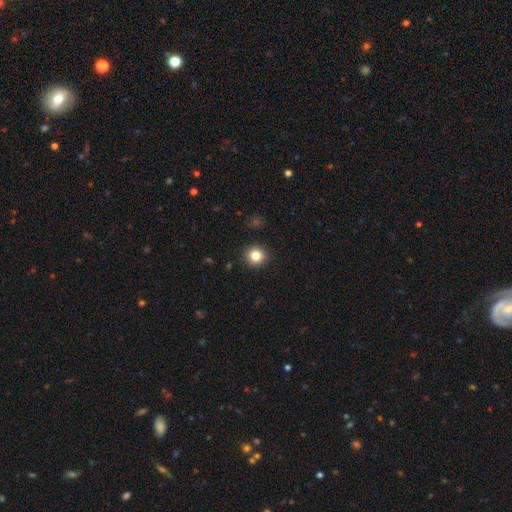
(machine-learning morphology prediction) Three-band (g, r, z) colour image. It shows a smooth galaxy with no disk features (83%) that is round (91%). Merging: none (92%).